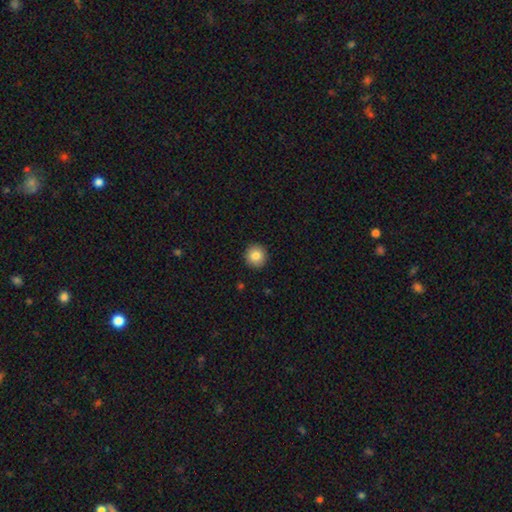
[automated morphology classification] A smooth galaxy with no disk features (85%) that is round (94%). Merging: none (92%).